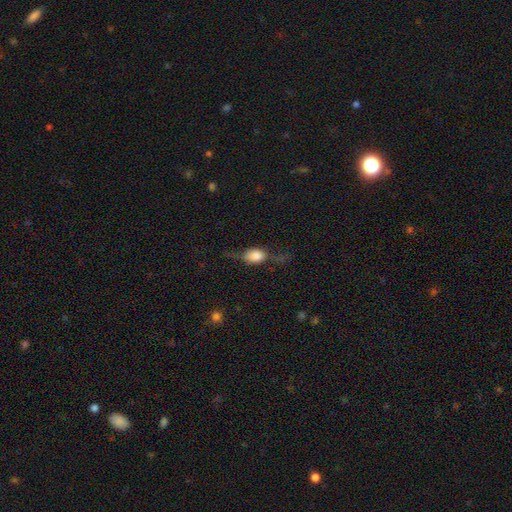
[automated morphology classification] smooth_or_featured: smooth (p=0.58) [alt: featured or disk p=0.33]
how_rounded: in between (p=0.69) [alt: round p=0.24]
merging: none (p=0.51) [alt: minor disturbance p=0.25]